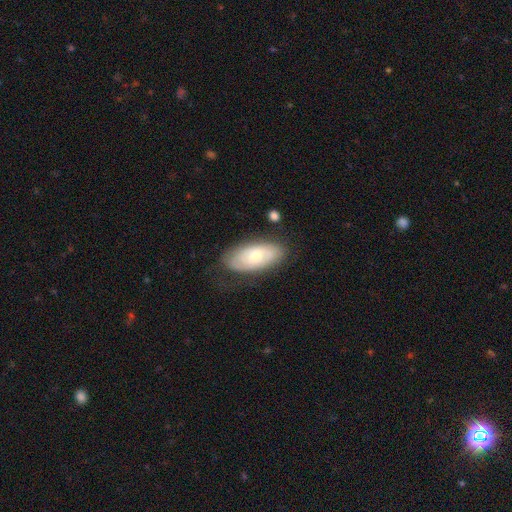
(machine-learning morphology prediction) A smooth galaxy with no disk features (49%).

Vote fractions:
- Smooth or featured? smooth: 49% / featured or disk: 45% / star or artifact: 6%
- Merging? none: 72% / minor disturbance: 19% / major disturbance: 6% / merger: 2%